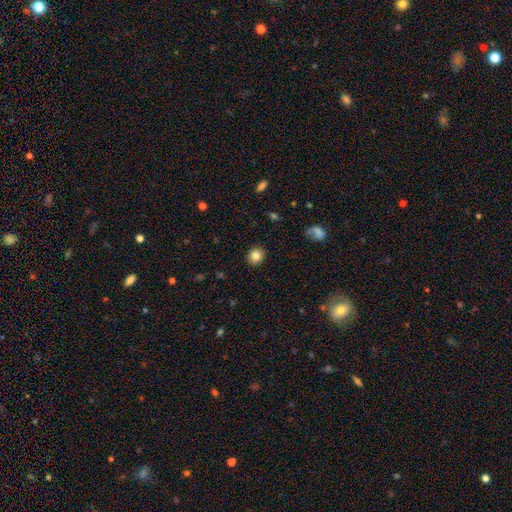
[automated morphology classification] Smooth or featured? Predicted: smooth (p=0.83). How rounded? Predicted: round (p=0.80). Merging? Predicted: none (p=0.91).